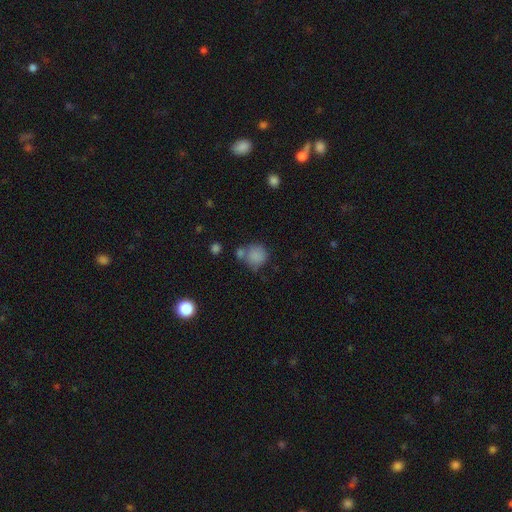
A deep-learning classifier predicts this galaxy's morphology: type=smooth (82%); roundness=round (83%); merging=none (52%).